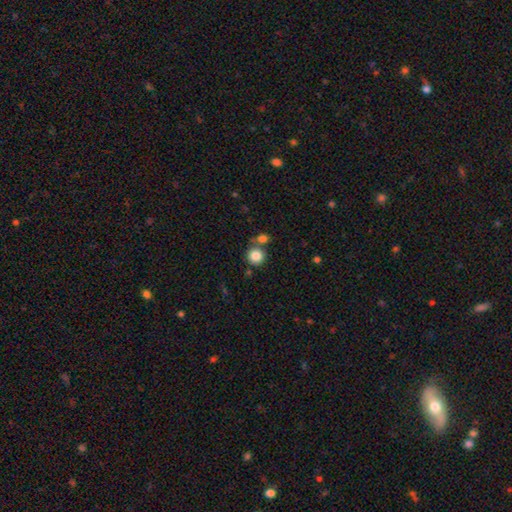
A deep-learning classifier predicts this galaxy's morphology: This appears to be a smooth galaxy with no disk features (84%) that is round (92%). Merging: none (68%).